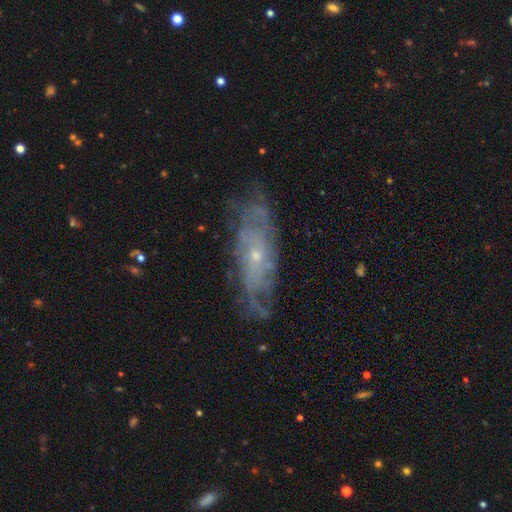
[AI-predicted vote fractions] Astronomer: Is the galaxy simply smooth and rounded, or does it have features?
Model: featured or disk — 78%.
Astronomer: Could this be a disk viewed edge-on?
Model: no — 82%.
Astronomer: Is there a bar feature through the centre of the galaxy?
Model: no — 77%.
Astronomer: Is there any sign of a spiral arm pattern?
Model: yes — 87%.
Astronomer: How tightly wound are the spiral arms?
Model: tight — 61%.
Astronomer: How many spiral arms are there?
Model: can't tell — 58%.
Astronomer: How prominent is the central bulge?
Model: small — 77%.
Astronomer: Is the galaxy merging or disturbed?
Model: none — 74%.